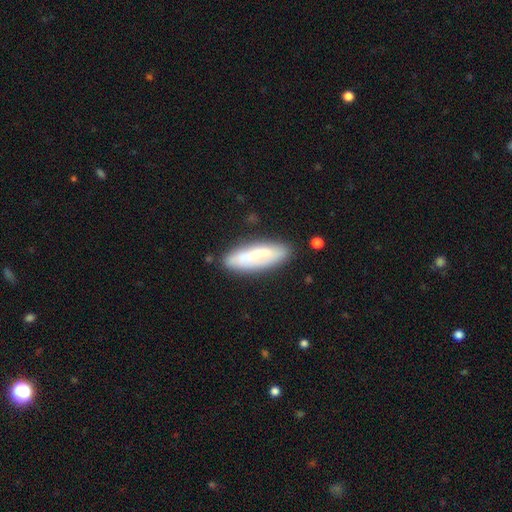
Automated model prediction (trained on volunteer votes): This is likely a smooth galaxy (61%). How rounded: possibly cigar-shaped (51%). Merging: likely none (77%).